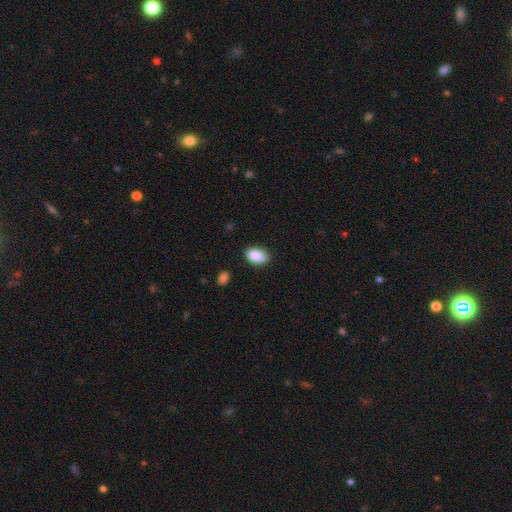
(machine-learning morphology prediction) type=smooth (90%); roundness=in between (92%); merging=none (85%).